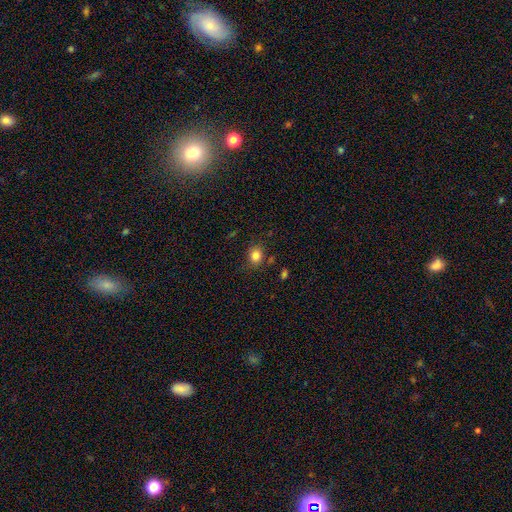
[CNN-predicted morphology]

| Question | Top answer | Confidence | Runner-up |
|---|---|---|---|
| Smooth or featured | smooth | 83% | star or artifact (11%) |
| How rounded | round | 67% | in between (32%) |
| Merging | none | 81% | minor disturbance (12%) |